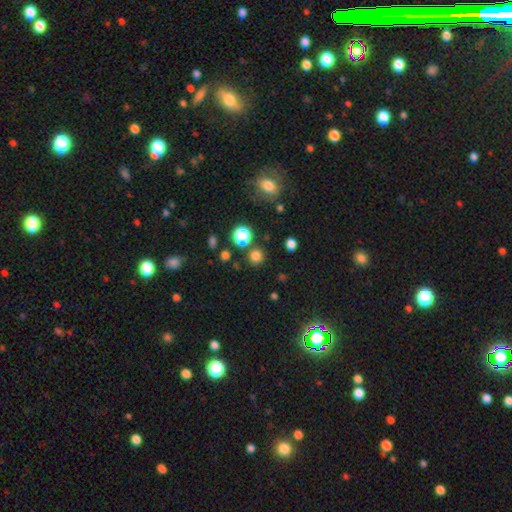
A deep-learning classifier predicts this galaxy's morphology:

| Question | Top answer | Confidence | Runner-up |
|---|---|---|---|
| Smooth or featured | smooth | 78% | star or artifact (18%) |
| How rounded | round | 92% | in between (7%) |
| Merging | none | 86% | minor disturbance (7%) |